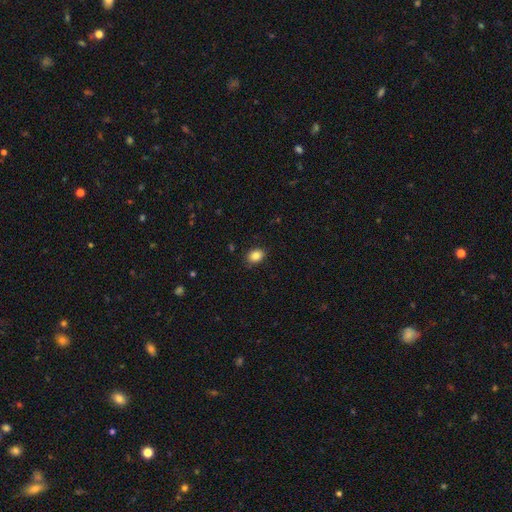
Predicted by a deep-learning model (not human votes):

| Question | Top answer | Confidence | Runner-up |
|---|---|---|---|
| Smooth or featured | smooth | 85% | star or artifact (9%) |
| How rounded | in between | 66% | round (33%) |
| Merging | none | 87% | minor disturbance (10%) |